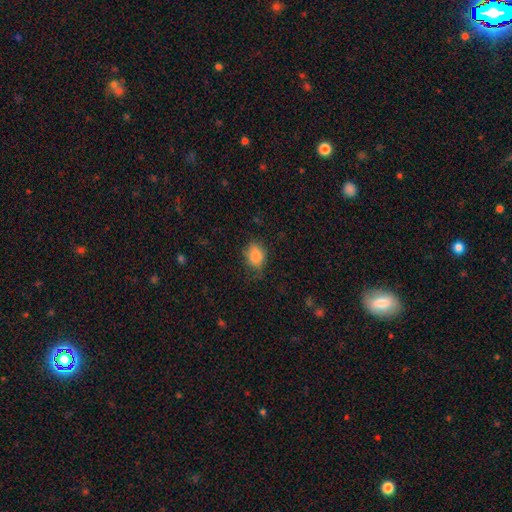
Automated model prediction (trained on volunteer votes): A smooth galaxy with no disk features (85%) that is in between round and cigar-shaped (63%). Merging: none (66%).